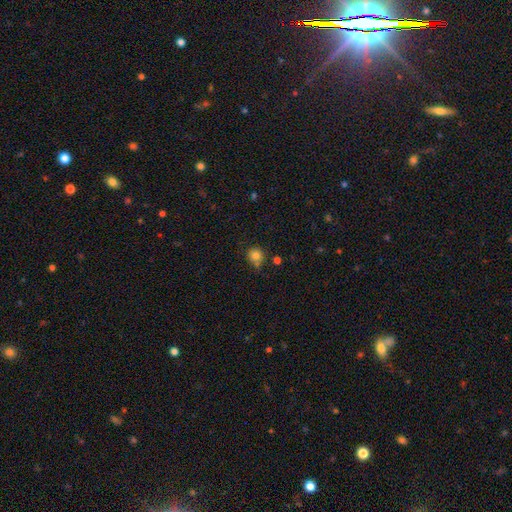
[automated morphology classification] Smooth or featured: smooth — 81% (star or artifact — 12%)
How rounded: round — 82% (in between — 17%)
Merging: none — 60% (minor disturbance — 25%)